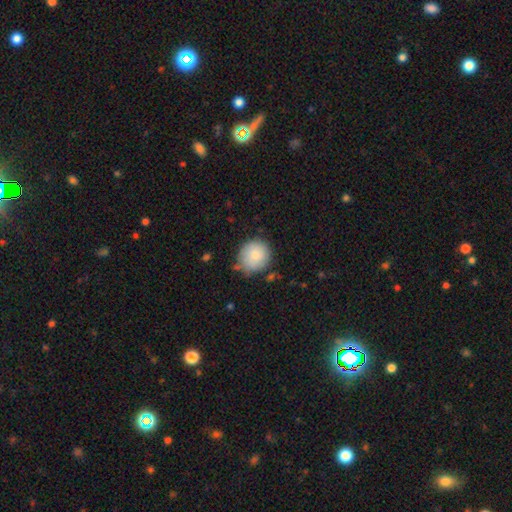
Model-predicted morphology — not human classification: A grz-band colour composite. It shows a smooth galaxy with no disk features (81%) that is round (91%). Merging: none (68%).